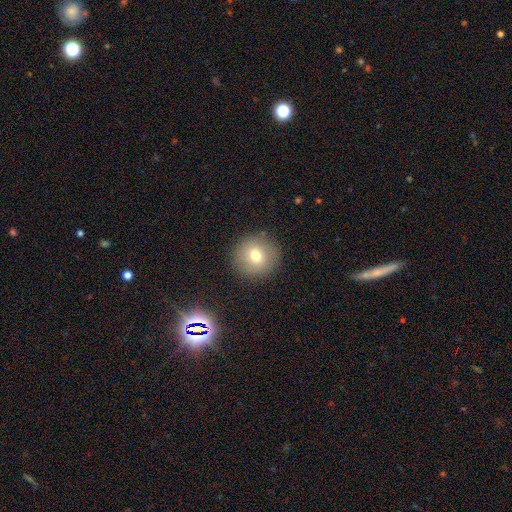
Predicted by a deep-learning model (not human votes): smooth_or_featured: smooth (p=0.74) [alt: featured or disk p=0.14]
how_rounded: round (p=0.93) [alt: in between p=0.06]
merging: none (p=0.88) [alt: minor disturbance p=0.07]